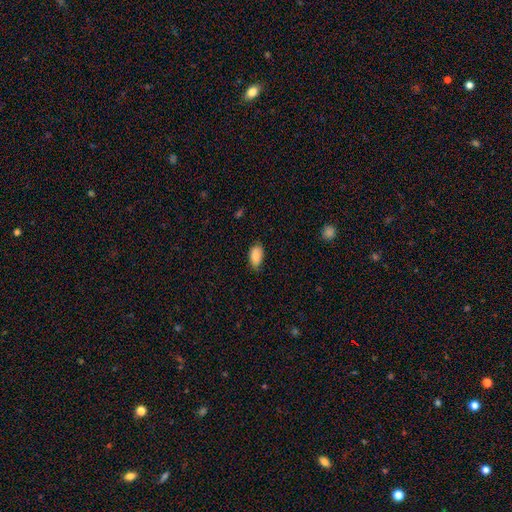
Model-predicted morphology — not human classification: The model was most divided on "merging": none: 73%, minor disturbance: 23%, major disturbance: 3%, merger: 1%. More confident: how rounded — in between (94%); smooth or featured — smooth (89%).